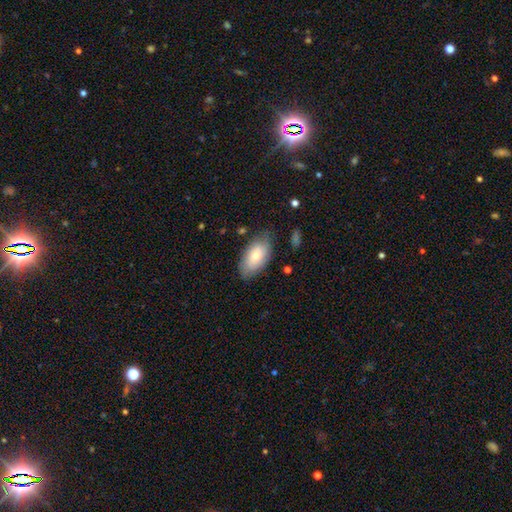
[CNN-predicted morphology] Smooth or featured: smooth — 72% (featured or disk — 21%)
How rounded: in between — 93% (round — 4%)
Merging: none — 74% (minor disturbance — 20%)